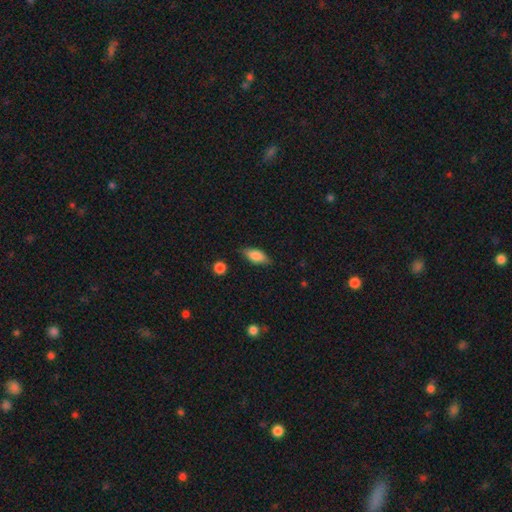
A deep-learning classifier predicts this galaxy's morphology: smooth_or_featured: smooth (p=0.77) [alt: featured or disk p=0.16]
how_rounded: in between (p=0.82) [alt: cigar-shaped p=0.14]
merging: none (p=0.77) [alt: minor disturbance p=0.17]